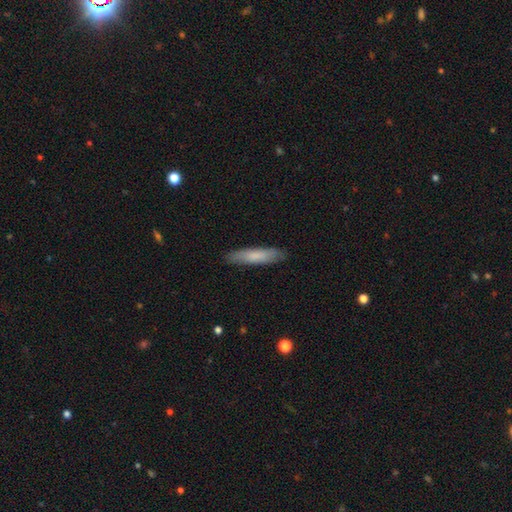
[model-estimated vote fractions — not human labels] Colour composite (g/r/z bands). It shows a smooth galaxy with no disk features (76%) that is cigar-shaped (80%). Merging: none (86%).